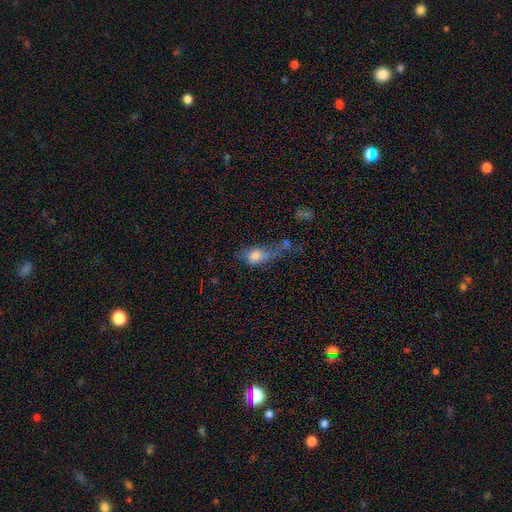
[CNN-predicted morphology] Q: Smooth or featured?
A: smooth (71%); runner-up: featured or disk (18%)
Q: How rounded?
A: in between (69%); runner-up: round (21%)
Q: Merging?
A: major disturbance (29%); runner-up: merger (28%)